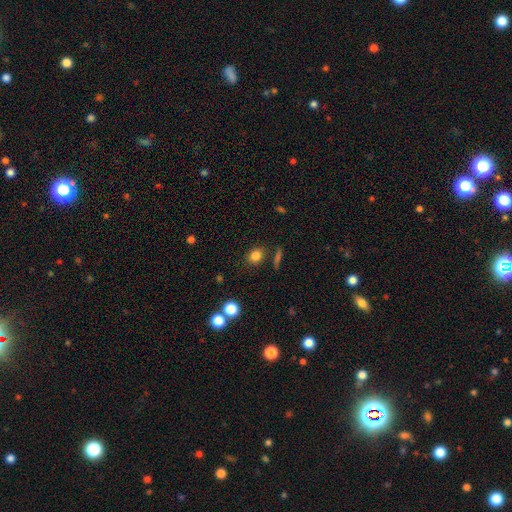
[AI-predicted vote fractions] Overall: smooth (82%). How rounded: round (57%; in between 42%). Merging: none (81%).